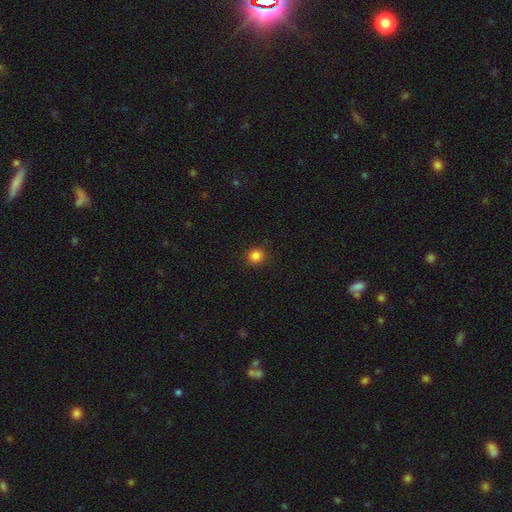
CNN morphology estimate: Smooth or featured?
  - smooth: 85% *
  - star or artifact: 12%
  - featured or disk: 4%
How rounded?
  - round: 90% *
  - in between: 9%
  - cigar-shaped: 1%
Merging?
  - none: 90% *
  - minor disturbance: 7%
  - major disturbance: 2%
  - merger: 1%